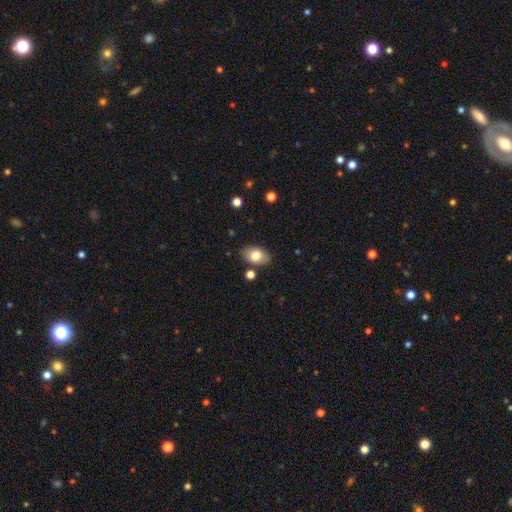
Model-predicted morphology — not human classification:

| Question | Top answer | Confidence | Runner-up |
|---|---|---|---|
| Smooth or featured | smooth | 80% | featured or disk (13%) |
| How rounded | in between | 87% | round (12%) |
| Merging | none | 82% | minor disturbance (12%) |